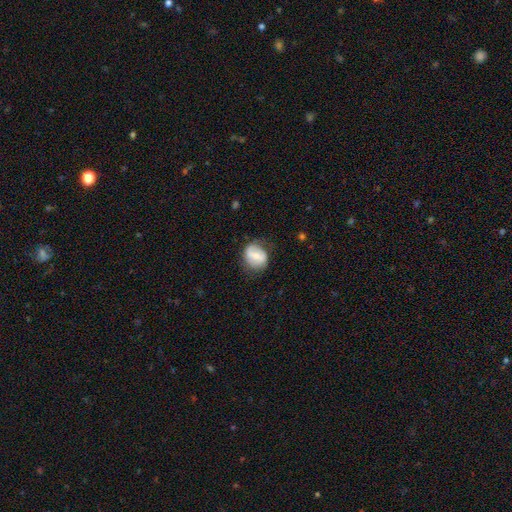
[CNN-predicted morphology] Q: Smooth or featured?
A: smooth (53%); runner-up: featured or disk (39%)
Q: How rounded?
A: round (60%); runner-up: in between (39%)
Q: Merging?
A: none (65%); runner-up: minor disturbance (23%)